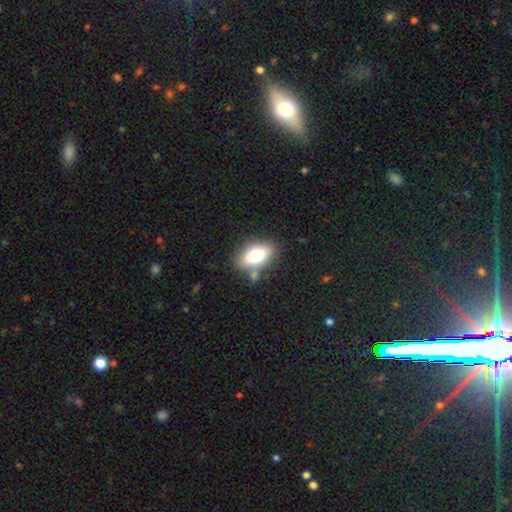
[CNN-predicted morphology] Smooth or featured? Predicted: smooth (p=0.75). How rounded? Predicted: in between (p=0.87). Merging? Predicted: none (p=0.75).